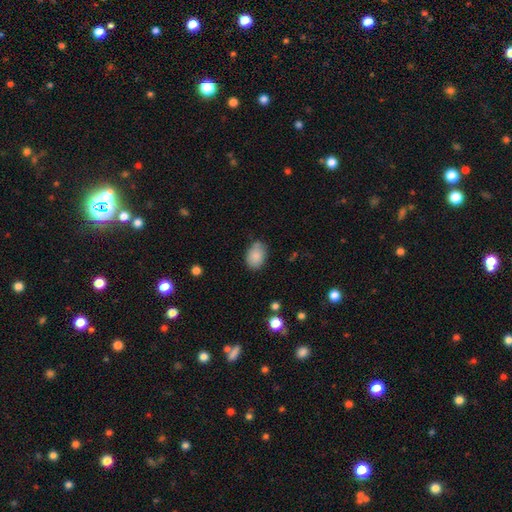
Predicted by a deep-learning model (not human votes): smooth_or_featured: smooth (p=0.87) [alt: star or artifact p=0.08]
how_rounded: in between (p=0.82) [alt: round p=0.17]
merging: none (p=0.72) [alt: minor disturbance p=0.20]